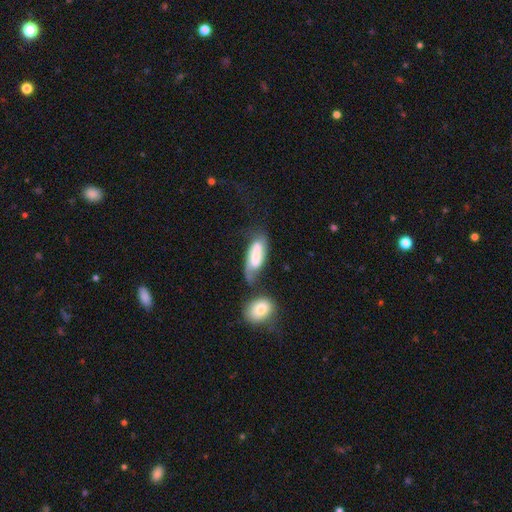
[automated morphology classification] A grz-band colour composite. It shows a smooth galaxy with no disk features (53%) that is in between round and cigar-shaped (73%). Merging: none (32%).